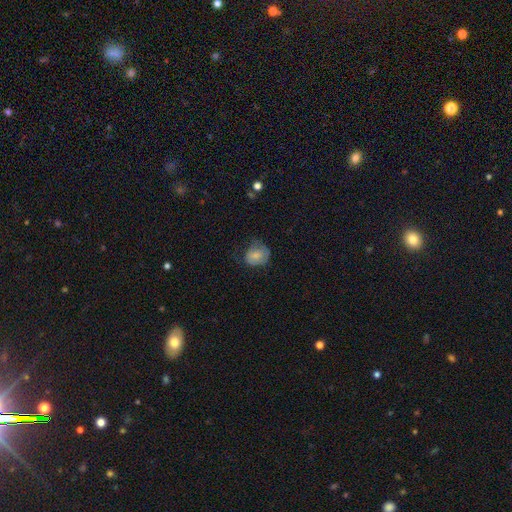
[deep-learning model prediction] smooth_or_featured: smooth (p=0.69) [alt: featured or disk p=0.23]
how_rounded: round (p=0.56) [alt: in between p=0.43]
merging: none (p=0.46) [alt: minor disturbance p=0.33]